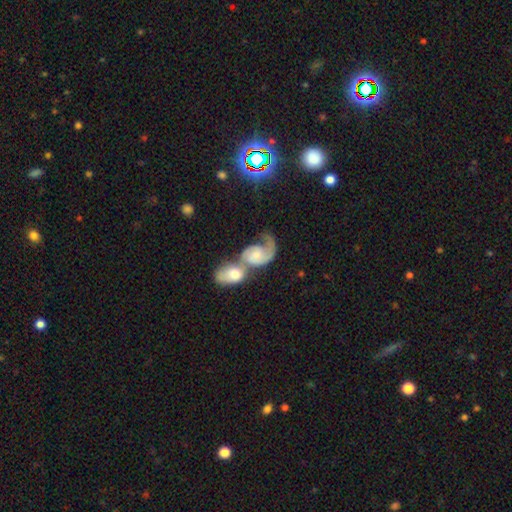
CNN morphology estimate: Q: Smooth or featured?
A: featured or disk (66%); runner-up: smooth (24%)
Q: Edge-on disk?
A: no (96%); runner-up: yes (4%)
Q: Bar?
A: no (70%); runner-up: weak (24%)
Q: Spiral arms?
A: yes (87%); runner-up: no (13%)
Q: Spiral winding?
A: medium (37%); runner-up: loose (35%)
Q: Spiral arm count?
A: 1 (61%); runner-up: 2 (28%)
Q: Bulge size?
A: moderate (41%); runner-up: small (34%)
Q: Merging?
A: merger (66%); runner-up: none (14%)